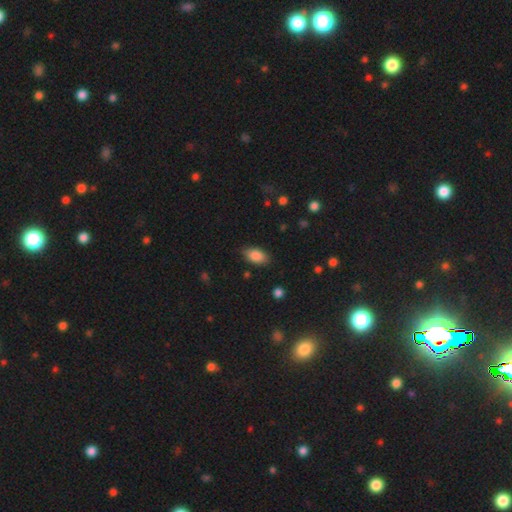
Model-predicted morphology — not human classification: A smooth galaxy with no disk features (86%) that is in between round and cigar-shaped (92%).

Vote fractions:
- Smooth or featured? smooth: 86% / star or artifact: 8% / featured or disk: 6%
- How rounded? in between: 92% / round: 5% / cigar-shaped: 3%
- Merging? none: 83% / minor disturbance: 13% / major disturbance: 3% / merger: 1%